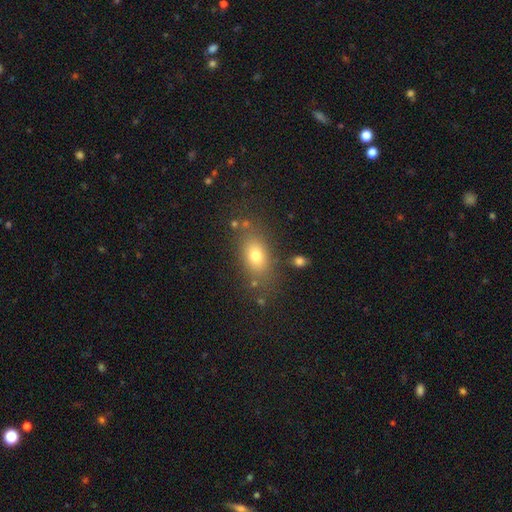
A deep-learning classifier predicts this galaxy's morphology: The model was most divided on "smooth or featured": smooth: 74%, featured or disk: 14%, star or artifact: 12%. More confident: how rounded — in between (80%); merging — none (77%).